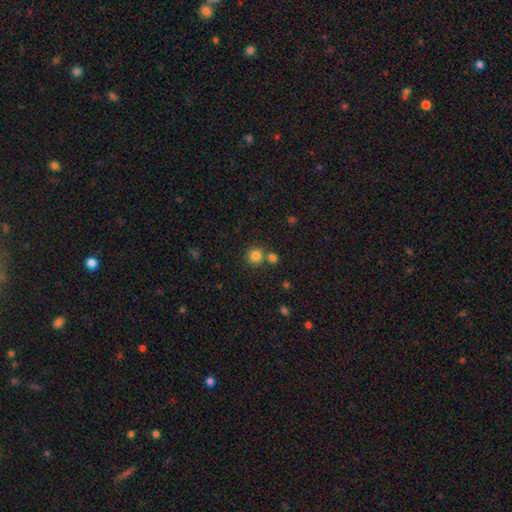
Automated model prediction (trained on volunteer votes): smooth-or-featured: smooth: 82% | star or artifact: 12% | featured or disk: 6%
  how-rounded: round: 92% | in between: 7% | cigar-shaped: 1%
  merging: none: 70% | merger: 20% | minor disturbance: 7% | major disturbance: 3%